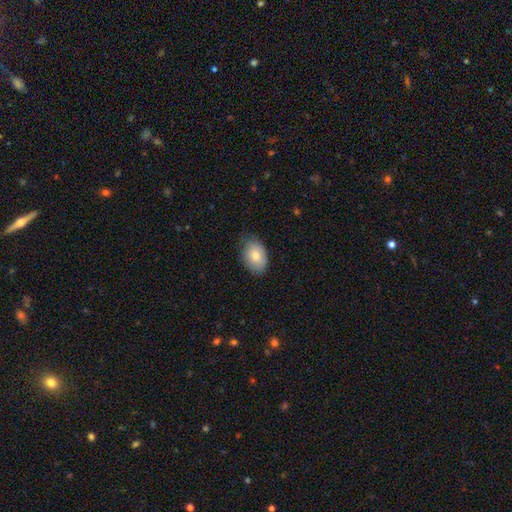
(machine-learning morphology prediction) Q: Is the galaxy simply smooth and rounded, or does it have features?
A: smooth — 81%.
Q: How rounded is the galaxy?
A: in between — 86%.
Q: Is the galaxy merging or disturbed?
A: none — 76%.